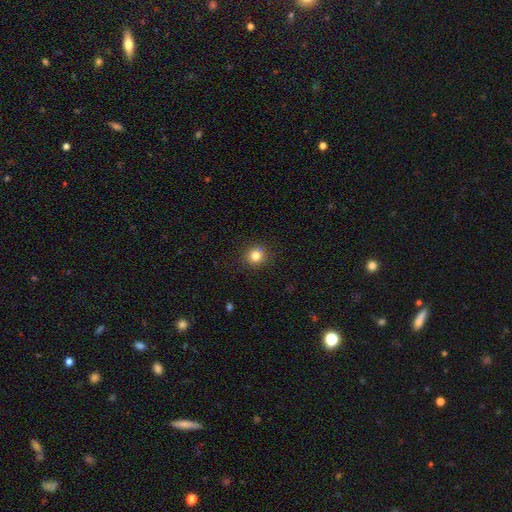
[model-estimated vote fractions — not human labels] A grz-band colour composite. It shows a smooth galaxy with no disk features (81%) that is round (90%). Merging: none (88%).